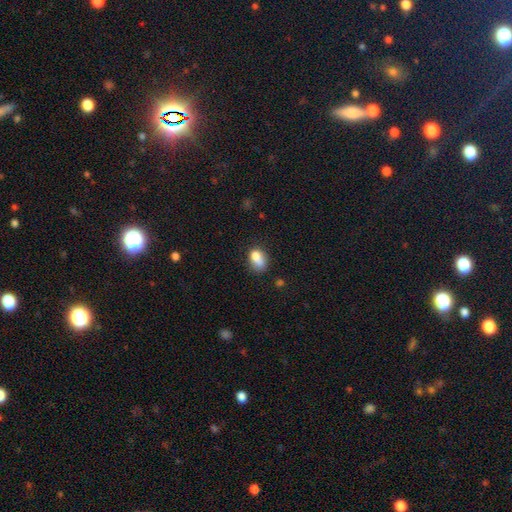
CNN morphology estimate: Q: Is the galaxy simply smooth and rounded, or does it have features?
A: smooth — 77%.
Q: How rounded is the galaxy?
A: in between — 76%.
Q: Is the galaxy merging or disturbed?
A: none — 46%.